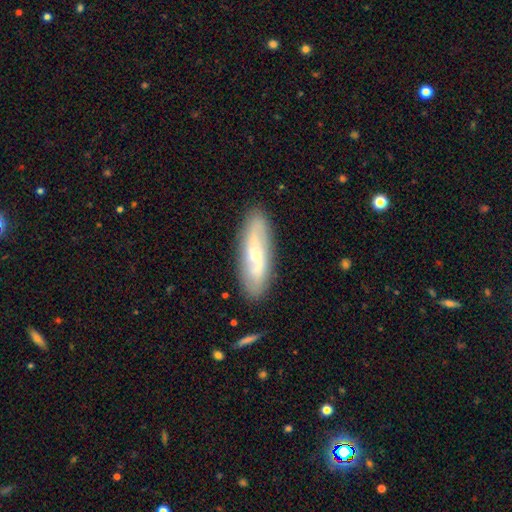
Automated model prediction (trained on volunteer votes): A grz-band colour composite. It shows a featured or disk galaxy (56%). Merging: none (84%).